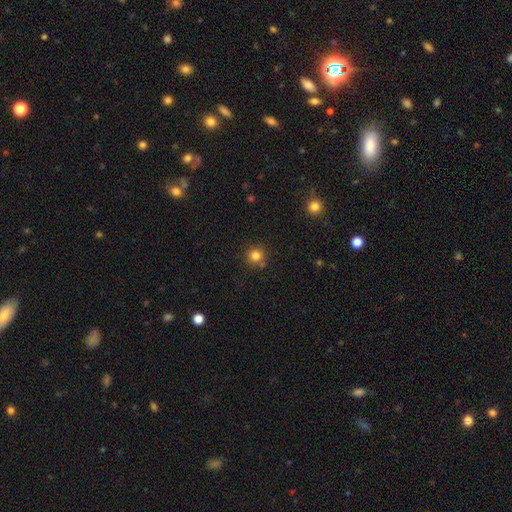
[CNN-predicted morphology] This appears to be a smooth galaxy with no disk features (81%) that is round (93%). Merging: none (80%).